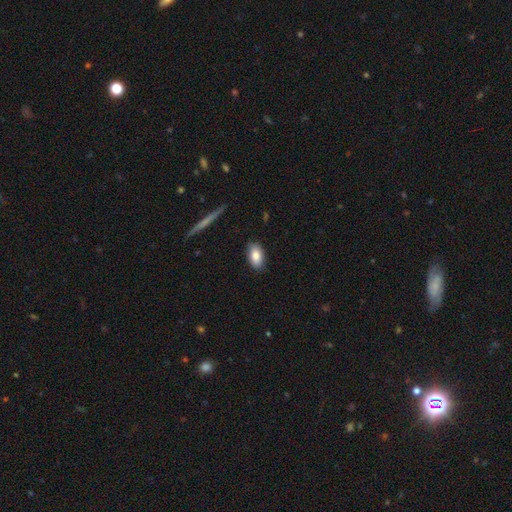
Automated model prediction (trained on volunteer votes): Smooth or featured? Predicted: smooth (p=0.83). How rounded? Predicted: in between (p=0.92). Merging? Predicted: none (p=0.87).